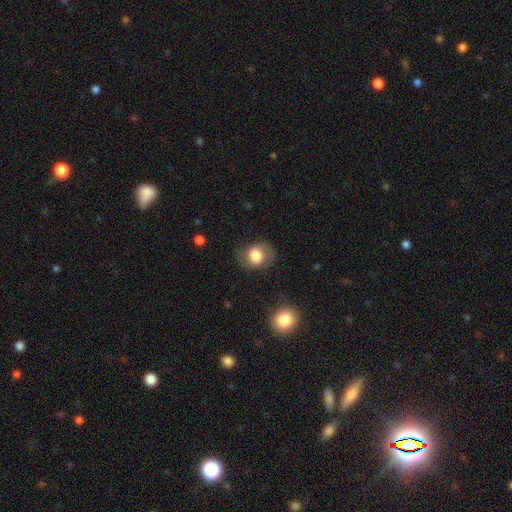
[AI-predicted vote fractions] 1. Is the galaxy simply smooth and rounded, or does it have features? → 64% smooth, 28% featured or disk, 8% star or artifact.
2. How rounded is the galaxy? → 62% round, 37% in between, 1% cigar-shaped.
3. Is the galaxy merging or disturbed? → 71% none, 18% minor disturbance, 9% major disturbance, 1% merger.